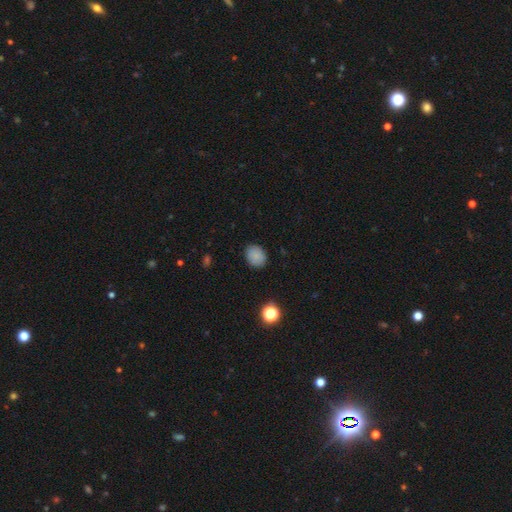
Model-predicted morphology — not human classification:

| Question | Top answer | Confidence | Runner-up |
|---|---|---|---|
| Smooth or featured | smooth | 86% | star or artifact (10%) |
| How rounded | in between | 56% | round (43%) |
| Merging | none | 87% | minor disturbance (9%) |